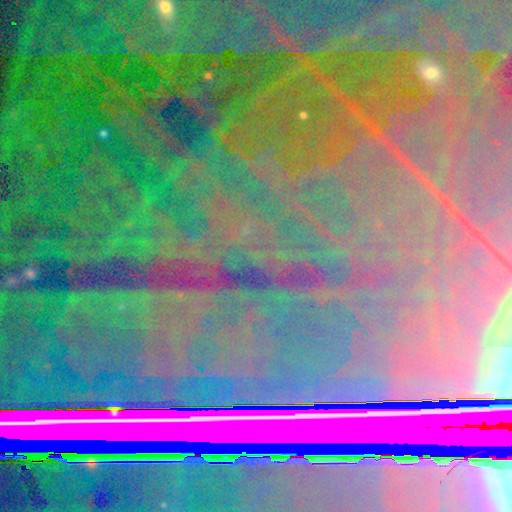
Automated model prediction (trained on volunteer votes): This is clearly a star or artifact rather than a galaxy (86%).